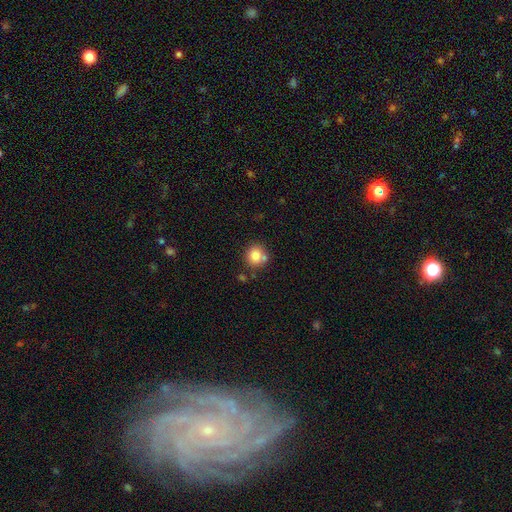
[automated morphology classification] The model was most divided on "merging": none: 66%, merger: 18%, minor disturbance: 12%, major disturbance: 4%. More confident: how rounded — round (86%); smooth or featured — smooth (82%).